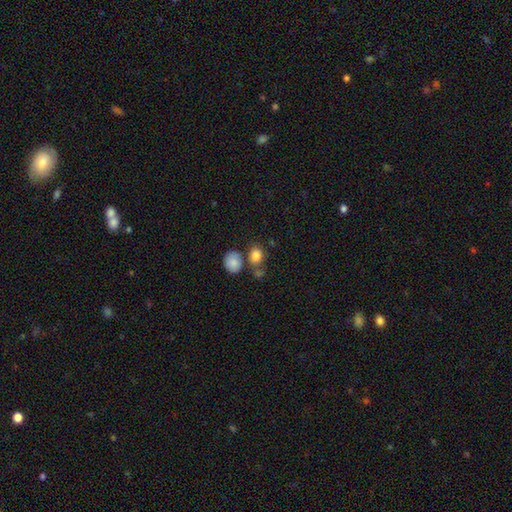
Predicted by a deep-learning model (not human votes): Smooth or featured?
  - smooth: 84% *
  - star or artifact: 10%
  - featured or disk: 6%
How rounded?
  - round: 54% *
  - in between: 45%
  - cigar-shaped: 1%
Merging?
  - none: 58% *
  - merger: 25%
  - minor disturbance: 13%
  - major disturbance: 5%